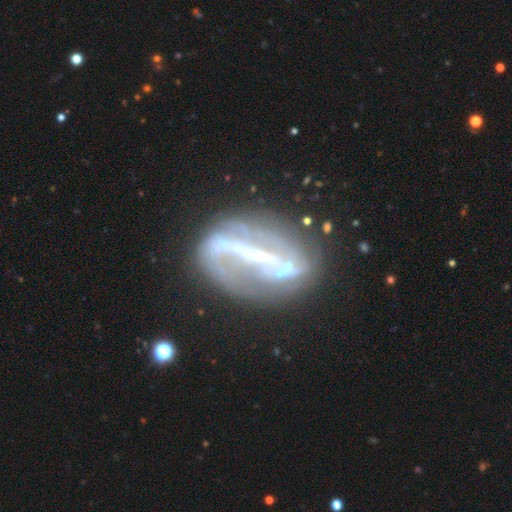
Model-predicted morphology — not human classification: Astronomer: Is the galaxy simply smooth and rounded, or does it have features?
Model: featured or disk — 82%.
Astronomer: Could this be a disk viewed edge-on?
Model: no — 83%.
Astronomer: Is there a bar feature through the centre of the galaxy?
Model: strong — 83%.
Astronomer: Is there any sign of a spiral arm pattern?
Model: yes — 62% (runner-up: no, 38%).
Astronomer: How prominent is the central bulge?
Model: small — 39% (runner-up: none, 26%).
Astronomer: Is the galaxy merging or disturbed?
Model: none — 66%.